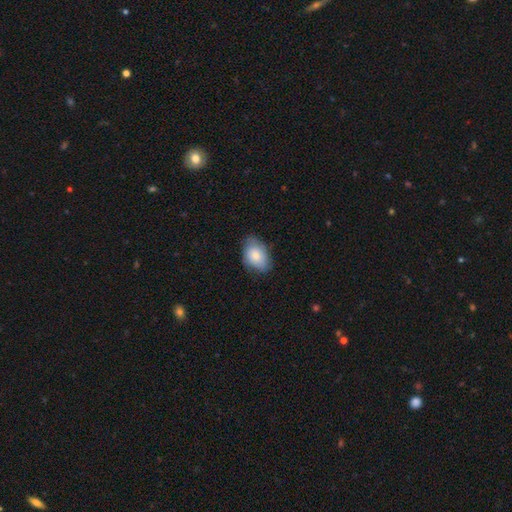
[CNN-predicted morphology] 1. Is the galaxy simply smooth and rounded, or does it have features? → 76% smooth, 18% featured or disk, 7% star or artifact.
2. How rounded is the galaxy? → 84% in between, 15% round, 1% cigar-shaped.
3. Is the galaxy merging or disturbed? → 70% none, 24% minor disturbance, 5% major disturbance, 1% merger.